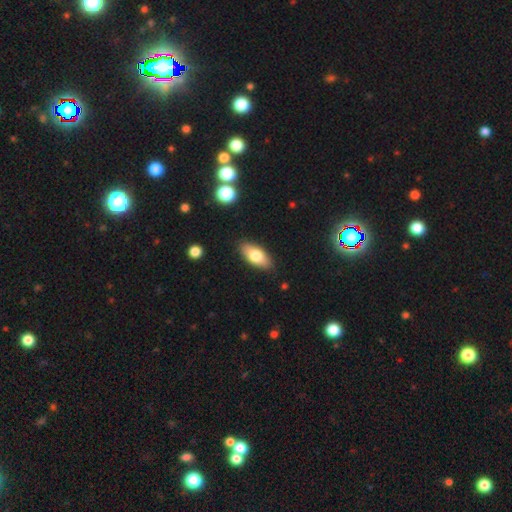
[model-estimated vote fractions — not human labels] Q: Smooth or featured?
A: smooth (75%); runner-up: featured or disk (19%)
Q: How rounded?
A: in between (87%); runner-up: cigar-shaped (10%)
Q: Merging?
A: none (87%); runner-up: minor disturbance (10%)